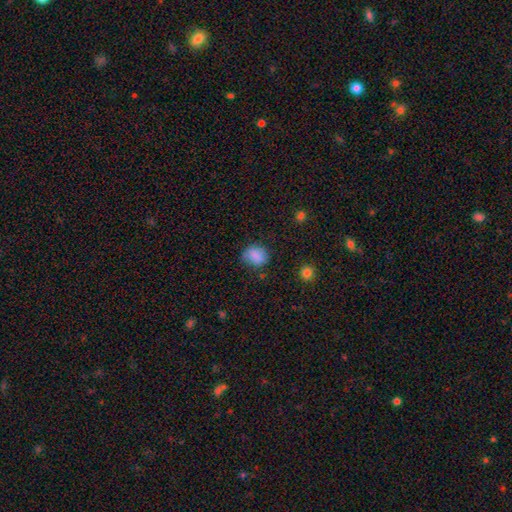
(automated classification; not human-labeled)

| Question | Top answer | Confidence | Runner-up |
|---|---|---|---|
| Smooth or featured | smooth | 84% | star or artifact (10%) |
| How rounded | round | 56% | in between (43%) |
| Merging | none | 69% | minor disturbance (23%) |